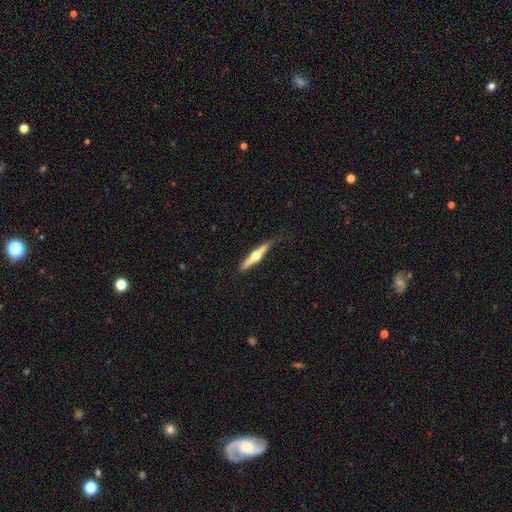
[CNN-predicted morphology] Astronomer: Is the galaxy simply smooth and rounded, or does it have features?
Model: featured or disk — 68%.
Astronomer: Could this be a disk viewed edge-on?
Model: yes — 97%.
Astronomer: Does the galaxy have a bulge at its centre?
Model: rounded — 95%.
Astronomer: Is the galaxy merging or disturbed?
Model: none — 85%.